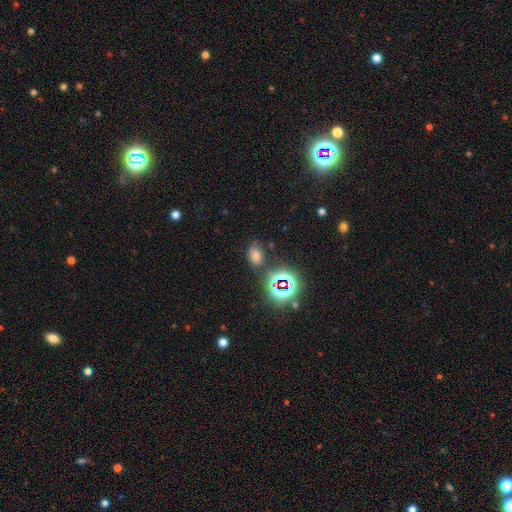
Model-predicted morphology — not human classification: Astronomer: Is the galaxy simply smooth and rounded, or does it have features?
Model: smooth — 62%.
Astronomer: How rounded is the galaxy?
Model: in between — 74%.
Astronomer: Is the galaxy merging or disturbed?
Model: none — 71%.